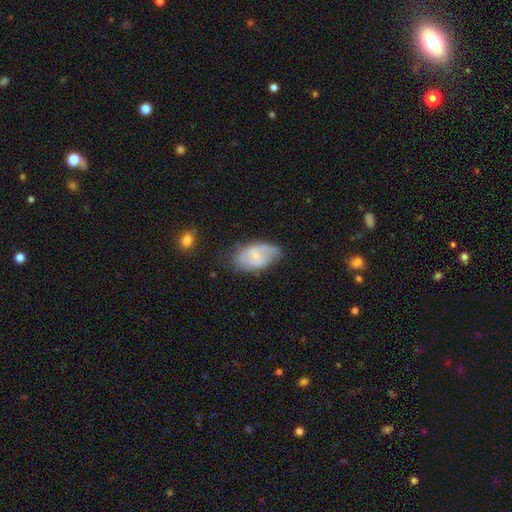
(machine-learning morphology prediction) type=featured or disk (50%); edge-on=no (95%); merging=none (60%).